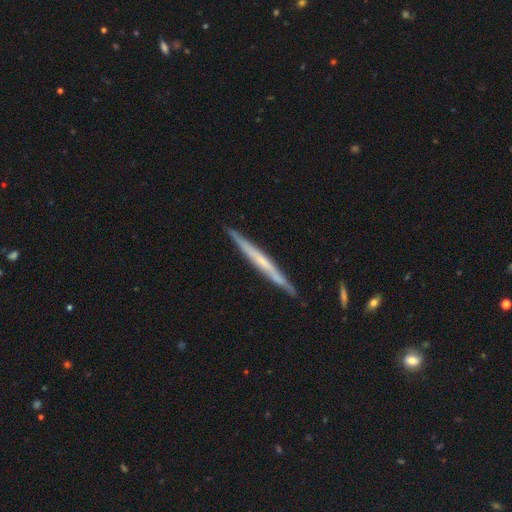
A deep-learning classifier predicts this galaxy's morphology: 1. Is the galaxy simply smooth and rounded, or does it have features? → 65% featured or disk, 29% smooth, 6% star or artifact.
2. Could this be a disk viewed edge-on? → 98% yes, 2% no.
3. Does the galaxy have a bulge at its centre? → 63% none, 30% rounded, 6% boxy.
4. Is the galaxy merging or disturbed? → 89% none, 8% minor disturbance, 1% merger, 1% major disturbance.